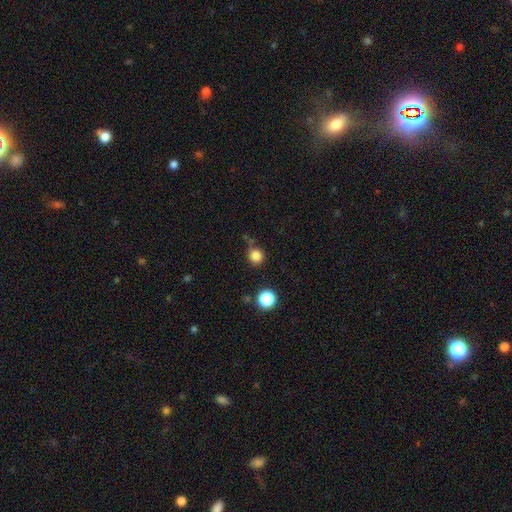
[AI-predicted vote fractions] Smooth or featured?
  - smooth: 83% *
  - star or artifact: 13%
  - featured or disk: 4%
How rounded?
  - round: 93% *
  - in between: 7%
  - cigar-shaped: 1%
Merging?
  - none: 73% *
  - minor disturbance: 15%
  - merger: 7%
  - major disturbance: 5%